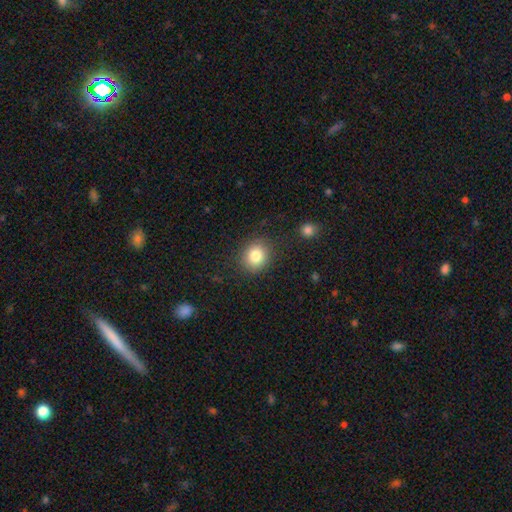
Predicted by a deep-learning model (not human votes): Smooth or featured? smooth (83%)
How rounded? round (75%)
Merging? none (86%)